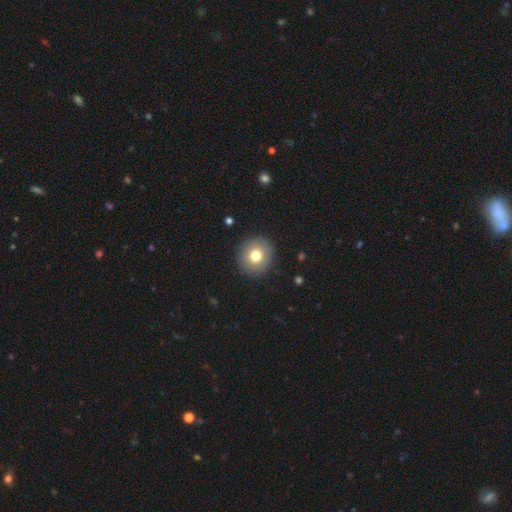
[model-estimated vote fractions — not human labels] A smooth galaxy with no disk features (74%) that is round (90%). Merging: none (90%).